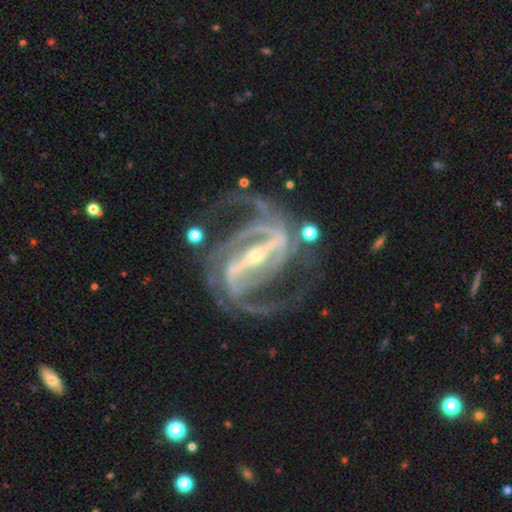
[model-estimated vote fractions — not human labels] featured or disk 94%, star or artifact 5%, smooth 2%. Down the decision tree: edge-on disk — no (96%); bar — strong (86%); spiral arms — yes (98%); spiral arm count — 2 (71%); spiral winding — medium (55%); bulge size — small (71%); merging — none (67%).